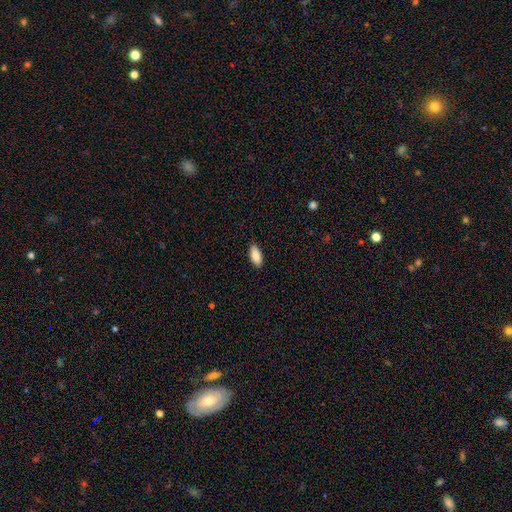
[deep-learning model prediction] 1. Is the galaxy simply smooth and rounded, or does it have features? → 87% smooth, 6% star or artifact, 6% featured or disk.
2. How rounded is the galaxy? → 89% in between, 9% cigar-shaped, 2% round.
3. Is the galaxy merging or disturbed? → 89% none, 9% minor disturbance, 2% major disturbance, 1% merger.